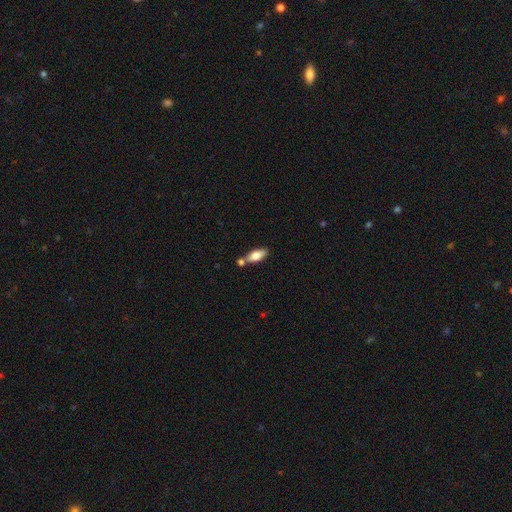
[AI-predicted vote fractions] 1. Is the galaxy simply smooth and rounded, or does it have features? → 71% smooth, 22% featured or disk, 6% star or artifact.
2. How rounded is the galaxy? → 77% in between, 20% cigar-shaped, 3% round.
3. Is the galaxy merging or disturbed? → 63% none, 21% merger, 13% minor disturbance, 3% major disturbance.